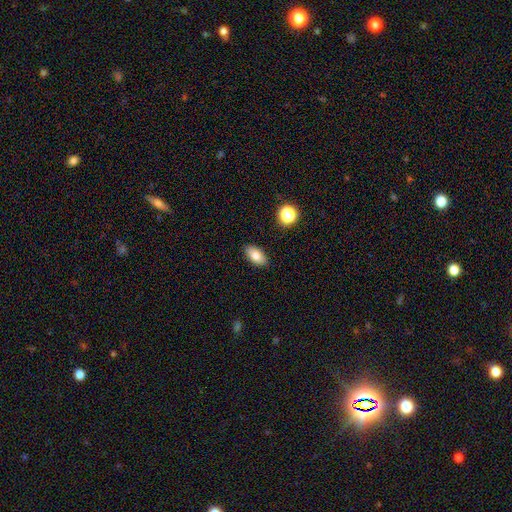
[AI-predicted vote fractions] This is likely a smooth galaxy (80%). How rounded: clearly in between (92%). Merging: clearly none (88%).